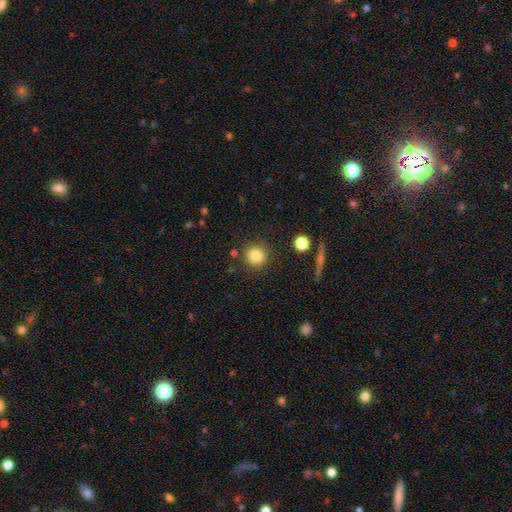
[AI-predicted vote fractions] Smooth or featured? Predicted: smooth (p=0.83). How rounded? Predicted: round (p=0.93). Merging? Predicted: none (p=0.86).